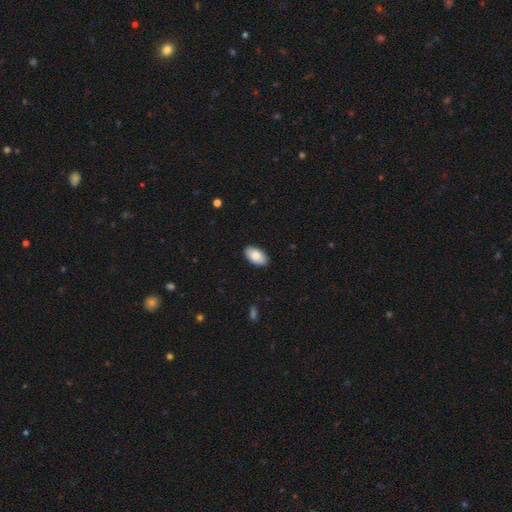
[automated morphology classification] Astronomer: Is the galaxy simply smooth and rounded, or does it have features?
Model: smooth — 85%.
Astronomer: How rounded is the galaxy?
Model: in between — 95%.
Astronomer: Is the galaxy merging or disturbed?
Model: none — 89%.